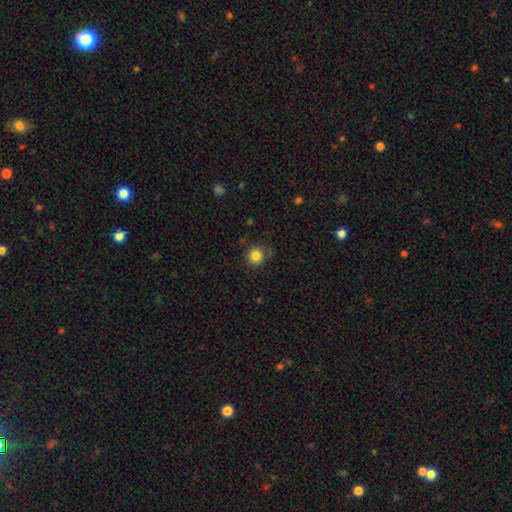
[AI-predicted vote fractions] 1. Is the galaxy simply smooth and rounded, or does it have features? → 84% smooth, 11% star or artifact, 5% featured or disk.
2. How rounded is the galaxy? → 92% round, 7% in between, 1% cigar-shaped.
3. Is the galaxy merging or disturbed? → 81% none, 12% minor disturbance, 4% major disturbance, 3% merger.